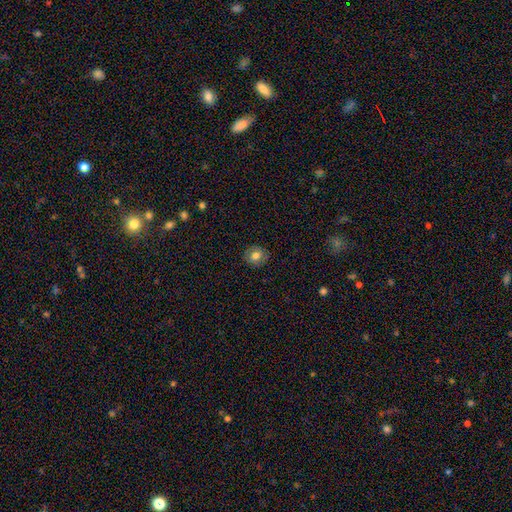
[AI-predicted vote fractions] Smooth or featured? smooth (75%)
How rounded? round (81%)
Merging? none (88%)